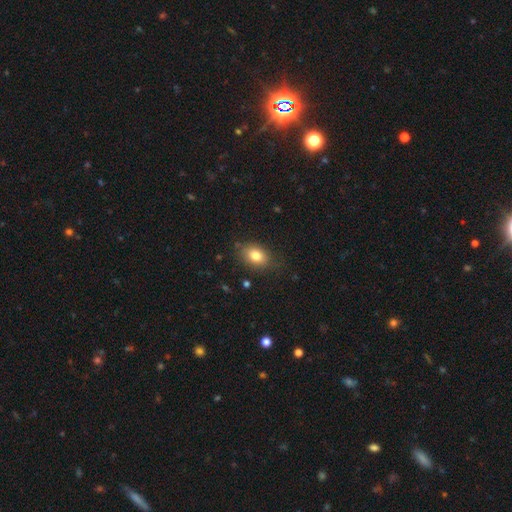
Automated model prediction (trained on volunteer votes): Smooth or featured? smooth (81%)
How rounded? in between (79%)
Merging? none (78%)